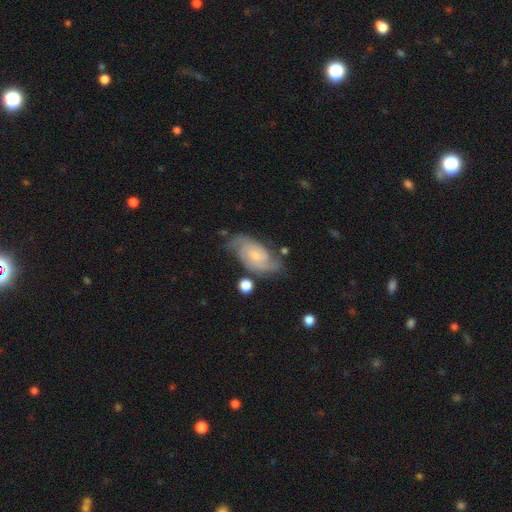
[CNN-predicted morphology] smooth-or-featured: featured or disk: 83% | smooth: 11% | star or artifact: 6%
  disk-edge-on: no: 96% | yes: 4%
    bar: no: 61% | weak: 34% | strong: 6%
    has-spiral-arms: yes: 97% | no: 3%
      spiral-winding: tight: 47% | medium: 42% | loose: 11%
      spiral-arm-count: 2: 72% | can't tell: 11% | 3: 10% | 4: 3% | 1: 2% | more than 4: 2%
    bulge-size: small: 63% | moderate: 23% | none: 11% | large: 2% | dominant: 1%
  merging: none: 70% | minor disturbance: 19% | major disturbance: 7% | merger: 4%